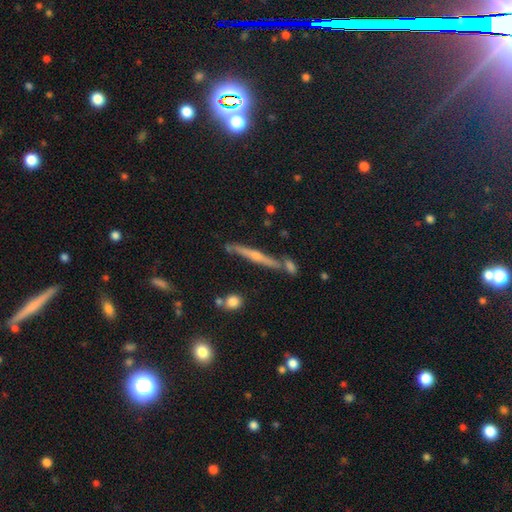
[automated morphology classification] Q: Smooth or featured?
A: featured or disk (70%); runner-up: smooth (22%)
Q: Edge-on disk?
A: yes (96%); runner-up: no (4%)
Q: Edge-on bulge?
A: rounded (74%); runner-up: none (20%)
Q: Merging?
A: none (78%); runner-up: minor disturbance (11%)